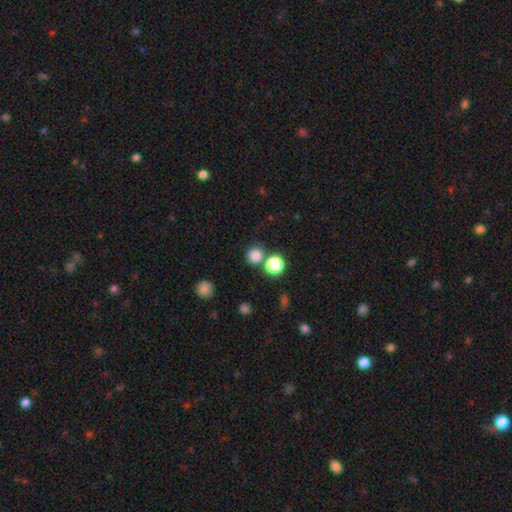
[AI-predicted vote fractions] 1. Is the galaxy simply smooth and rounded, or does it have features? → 80% smooth, 15% star or artifact, 5% featured or disk.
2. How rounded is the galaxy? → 90% round, 9% in between, 1% cigar-shaped.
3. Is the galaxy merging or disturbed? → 71% none, 17% merger, 8% minor disturbance, 3% major disturbance.